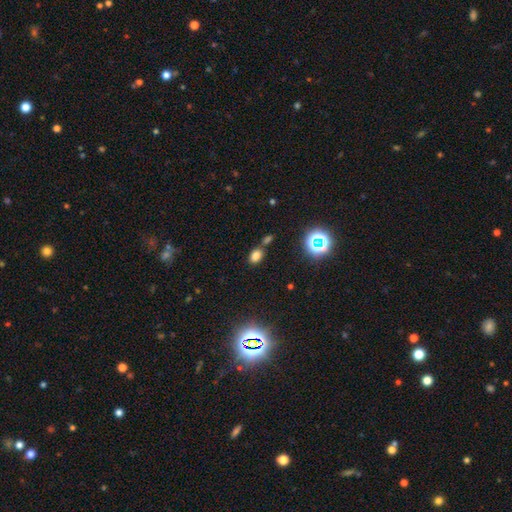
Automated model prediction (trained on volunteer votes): This appears to be a smooth galaxy with no disk features (73%) that is in between round and cigar-shaped (76%). Merging: none (66%).